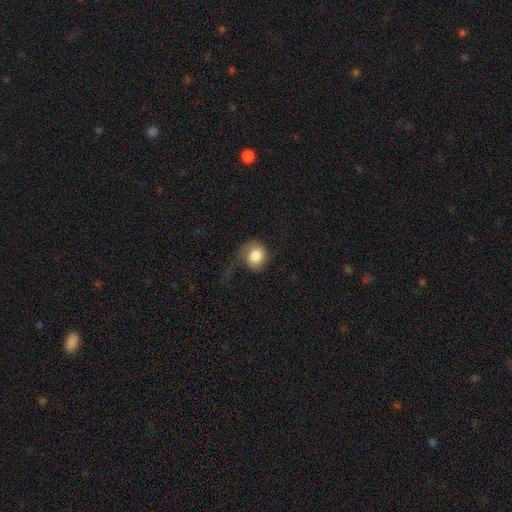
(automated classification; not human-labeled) Morphology: type=smooth (67%); roundness=round (69%); merging=major disturbance (39%).